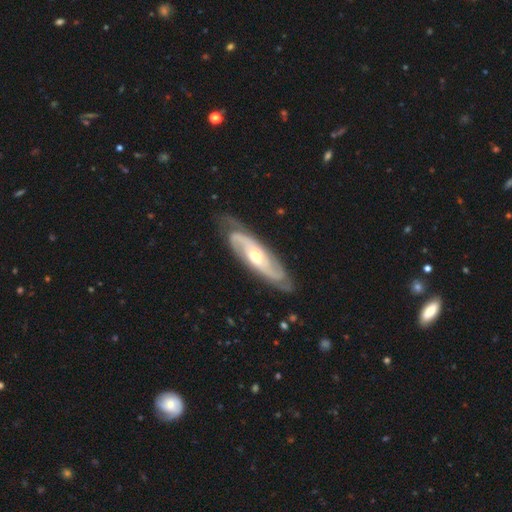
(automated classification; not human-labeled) This is clearly a featured or disk galaxy (86%). It is clearly not viewed edge-on (85%). Bar: possibly no (59%). Spiral arm pattern: clearly yes (96%). Spiral arm count: likely 2 (73%). Spiral winding: marginally tight (43%). Central bulge: possibly moderate (57%). Merging: likely none (79%).